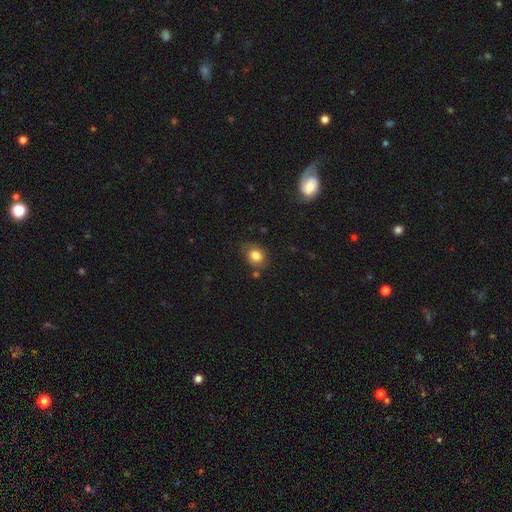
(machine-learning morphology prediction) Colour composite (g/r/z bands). It shows a smooth galaxy with no disk features (80%) that is round (60%). Merging: none (70%).